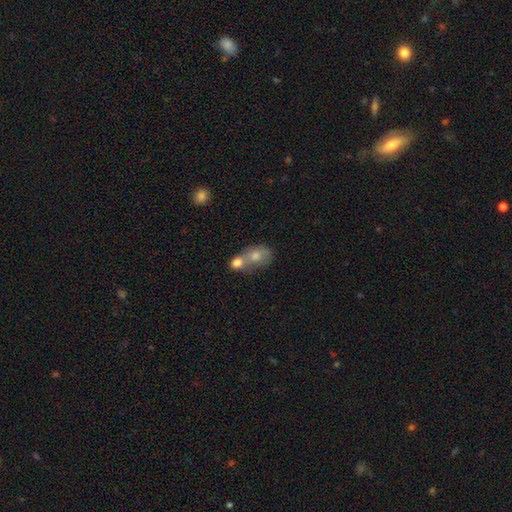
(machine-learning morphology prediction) smooth-or-featured: smooth: 68% | featured or disk: 21% | star or artifact: 10%
  how-rounded: in between: 53% | round: 45% | cigar-shaped: 2%
  merging: merger: 67% | none: 20% | minor disturbance: 8% | major disturbance: 5%